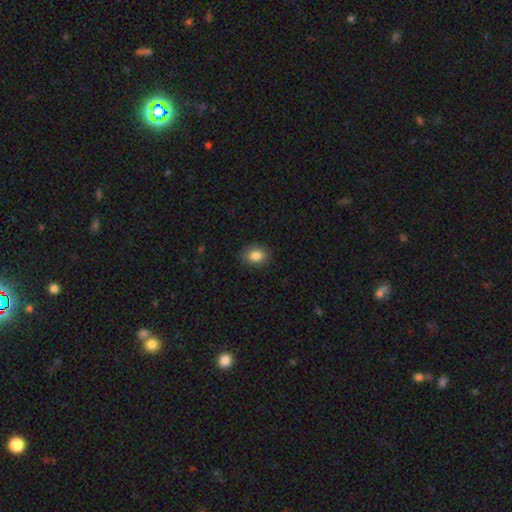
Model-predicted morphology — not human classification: Overall: smooth (85%). How rounded: in between (53%; round 46%). Merging: none (88%).